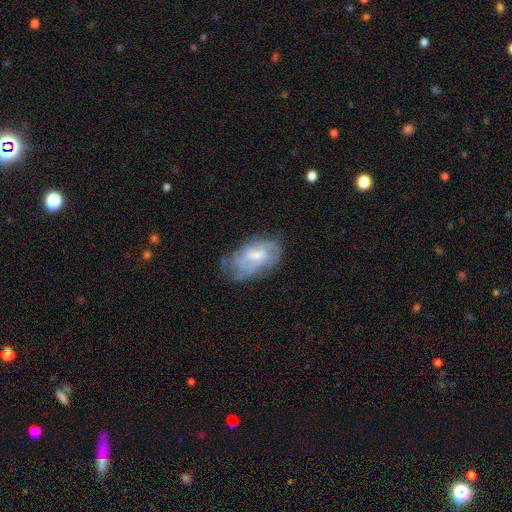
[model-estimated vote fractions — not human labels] Q: Smooth or featured?
A: featured or disk (56%); runner-up: smooth (37%)
Q: Edge-on disk?
A: no (95%); runner-up: yes (5%)
Q: Bar?
A: weak (46%); runner-up: no (44%)
Q: Spiral arms?
A: yes (58%); runner-up: no (42%)
Q: Bulge size?
A: small (43%); runner-up: moderate (40%)
Q: Merging?
A: none (49%); runner-up: minor disturbance (31%)